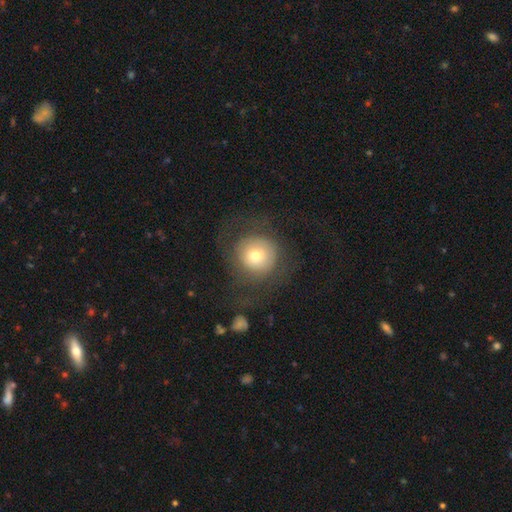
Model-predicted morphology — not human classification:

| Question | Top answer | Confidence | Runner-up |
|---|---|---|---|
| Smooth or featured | smooth | 62% | featured or disk (28%) |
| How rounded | round | 91% | in between (8%) |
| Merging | none | 65% | major disturbance (19%) |